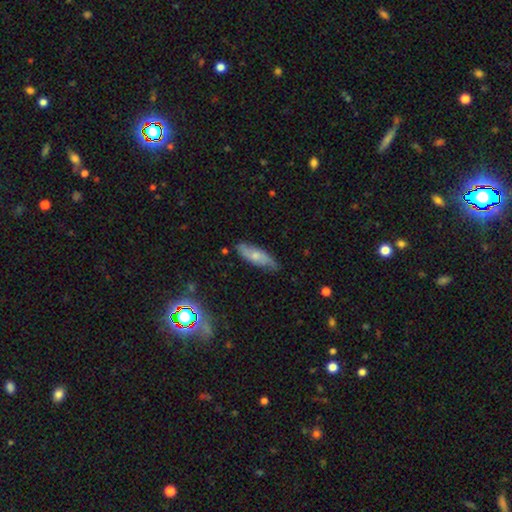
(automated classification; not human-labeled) Smooth or featured? smooth (51%)
How rounded? in between (56%)
Merging? none (74%)